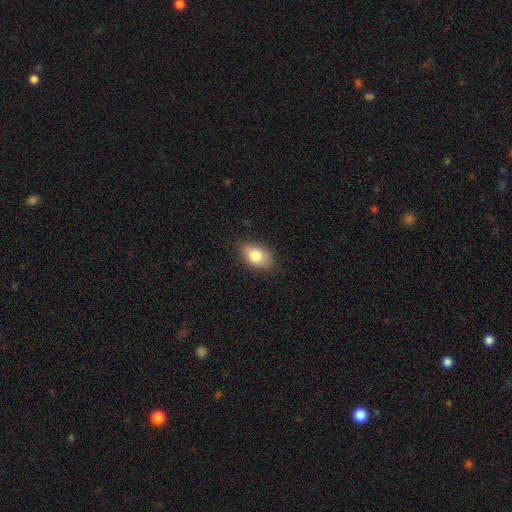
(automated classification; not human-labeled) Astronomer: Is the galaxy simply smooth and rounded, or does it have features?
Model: smooth — 81%.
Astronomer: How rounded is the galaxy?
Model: in between — 86%.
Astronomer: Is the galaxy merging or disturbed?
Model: none — 79%.